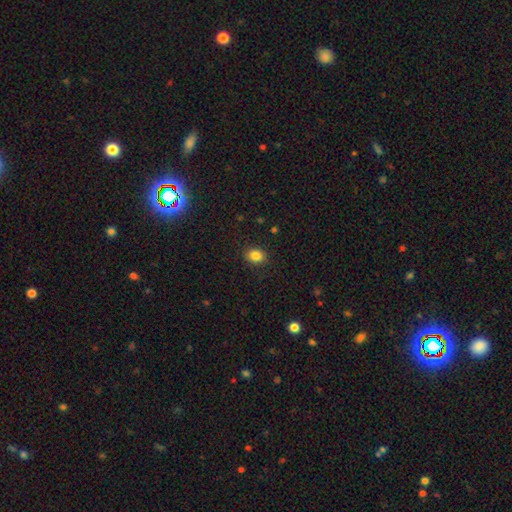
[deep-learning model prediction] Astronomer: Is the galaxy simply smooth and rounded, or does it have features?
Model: smooth — 84%.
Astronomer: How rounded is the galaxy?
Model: round — 51% (runner-up: in between, 49%).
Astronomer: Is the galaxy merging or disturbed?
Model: none — 89%.